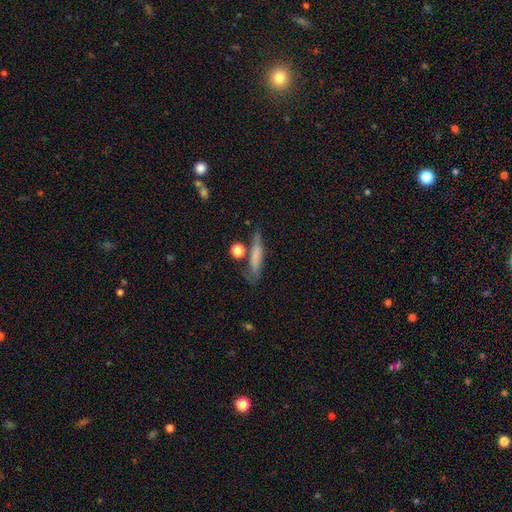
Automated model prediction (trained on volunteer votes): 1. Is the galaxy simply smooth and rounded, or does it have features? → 67% smooth, 25% featured or disk, 8% star or artifact.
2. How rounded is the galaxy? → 80% cigar-shaped, 16% in between, 5% round.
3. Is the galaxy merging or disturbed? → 65% none, 20% minor disturbance, 8% merger, 8% major disturbance.